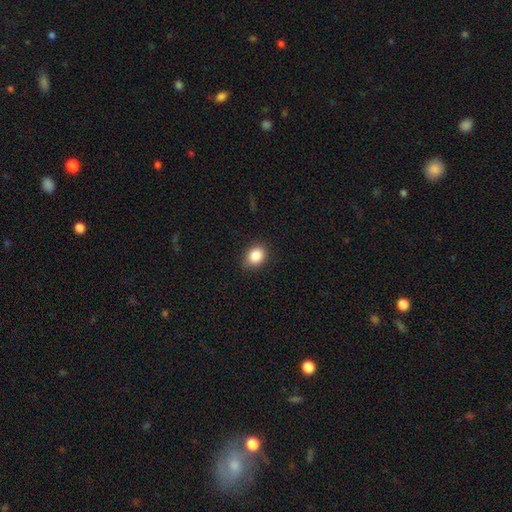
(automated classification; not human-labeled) The model was most divided on "how rounded": in between: 54%, round: 45%, cigar-shaped: 1%. More confident: smooth or featured — smooth (87%); merging — none (84%).